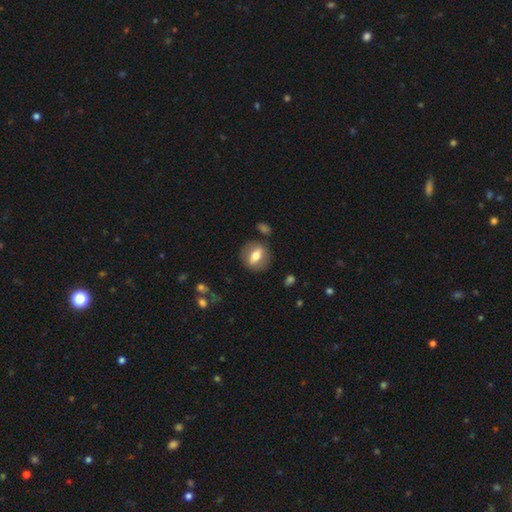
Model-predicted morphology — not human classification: Smooth or featured: smooth — 58% (featured or disk — 35%)
How rounded: in between — 51% (round — 44%)
Merging: none — 81% (minor disturbance — 11%)